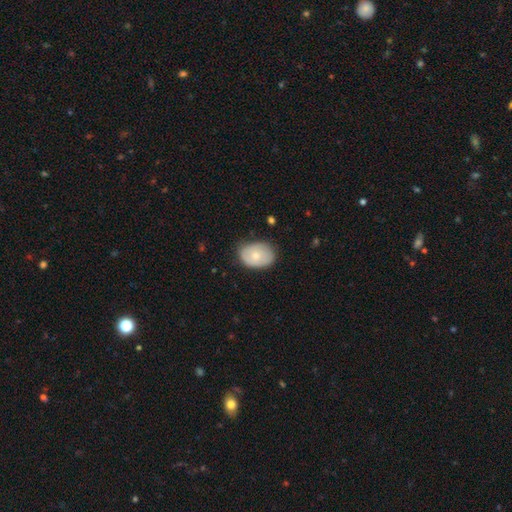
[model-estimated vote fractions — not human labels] smooth 66%, featured or disk 28%, star or artifact 6%. Down the decision tree: how rounded — in between (75%); merging — none (71%).